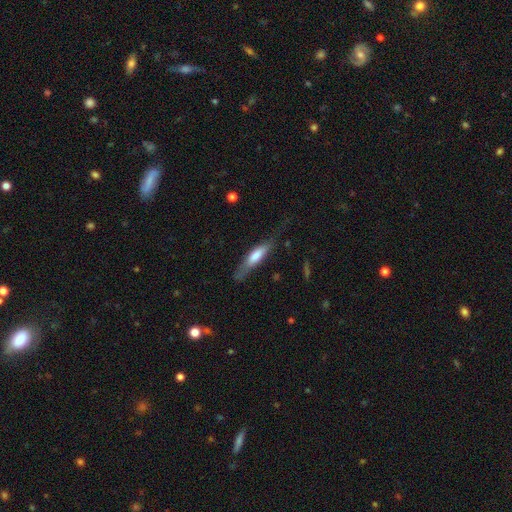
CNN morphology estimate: Smooth or featured?
  - smooth: 60% *
  - featured or disk: 34%
  - star or artifact: 6%
How rounded?
  - cigar-shaped: 73% *
  - in between: 25%
  - round: 2%
Merging?
  - none: 56% *
  - minor disturbance: 27%
  - major disturbance: 14%
  - merger: 2%